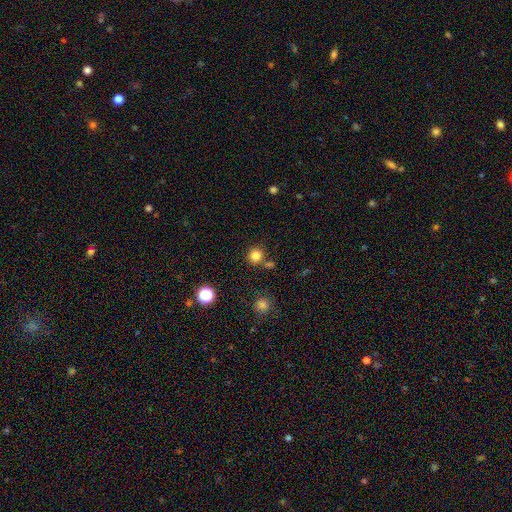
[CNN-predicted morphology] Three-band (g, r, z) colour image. It shows a smooth galaxy with no disk features (82%) that is round (91%). Merging: none (78%).